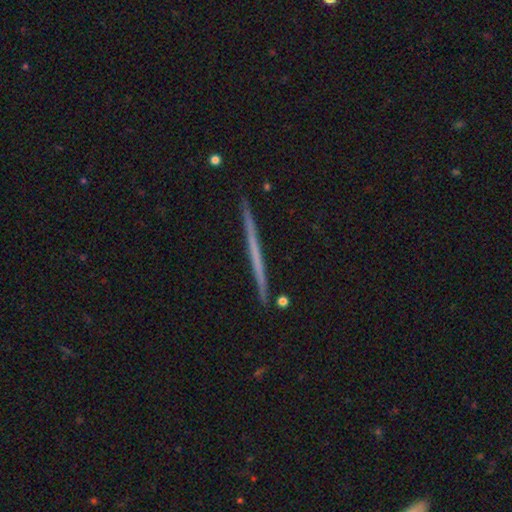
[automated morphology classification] Overall: featured or disk (59%; smooth 35%). Edge-on disk: yes (98%). Edge-on bulge: none (92%). Merging: none (92%).